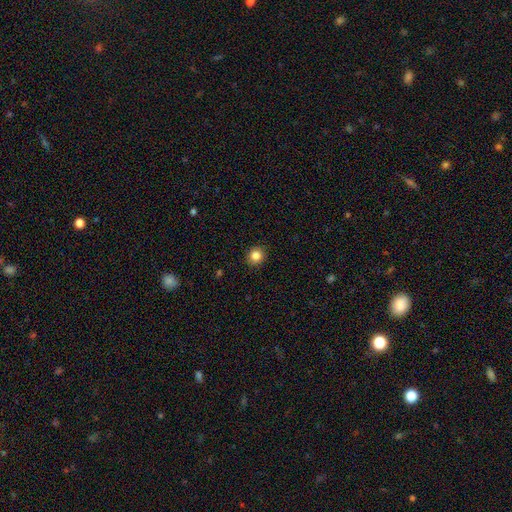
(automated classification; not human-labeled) Overall: smooth (84%). How rounded: round (88%). Merging: none (91%).